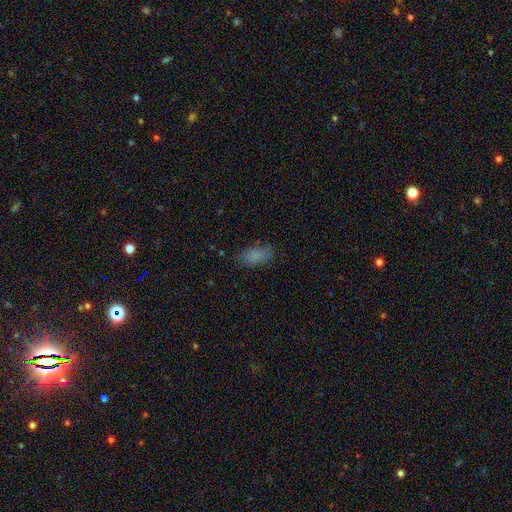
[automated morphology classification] smooth 83%, star or artifact 10%, featured or disk 7%. Down the decision tree: how rounded — in between (88%); merging — none (77%).